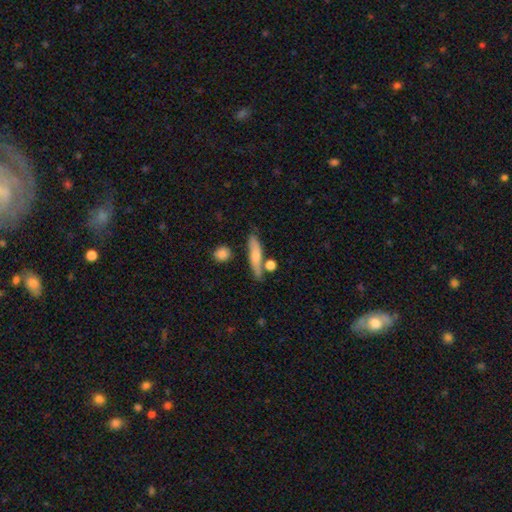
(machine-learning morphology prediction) This is likely a smooth galaxy (63%). How rounded: likely cigar-shaped (74%). Merging: likely none (69%).